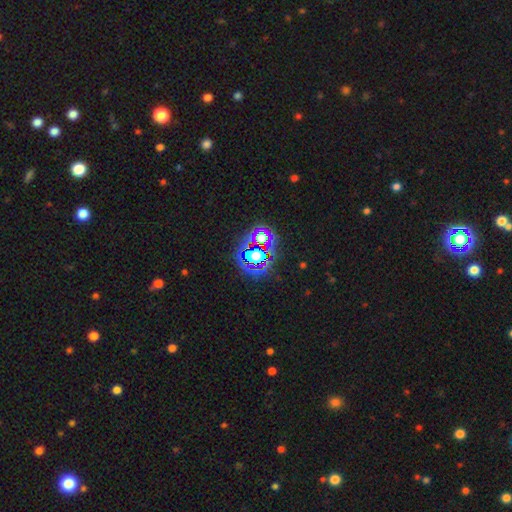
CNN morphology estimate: Smooth or featured: star or artifact — 63% (smooth — 21%)